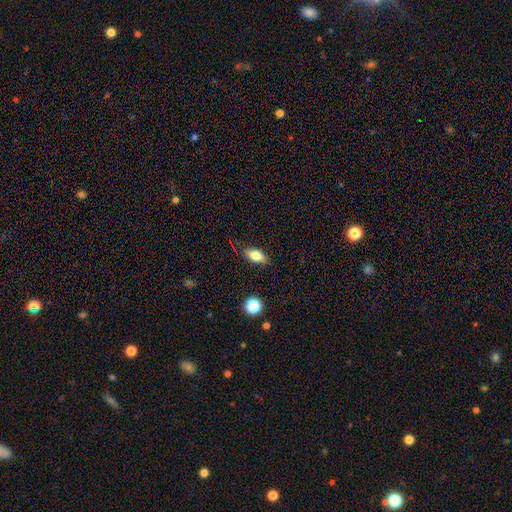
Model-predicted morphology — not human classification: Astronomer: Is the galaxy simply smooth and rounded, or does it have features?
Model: smooth — 76%.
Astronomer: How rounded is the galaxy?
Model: in between — 83%.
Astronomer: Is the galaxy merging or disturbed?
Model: none — 79%.